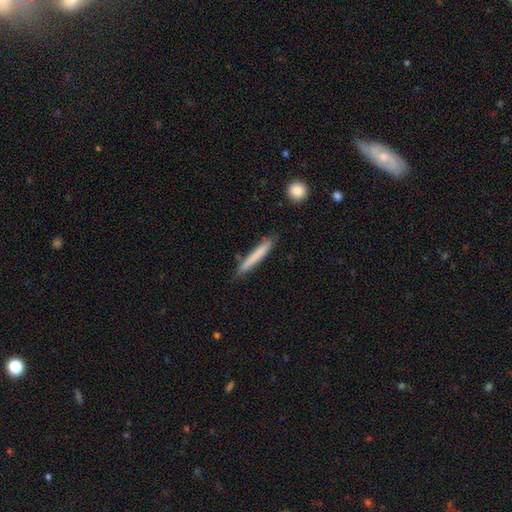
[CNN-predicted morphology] type=smooth (73%); roundness=cigar-shaped (96%); merging=none (84%).